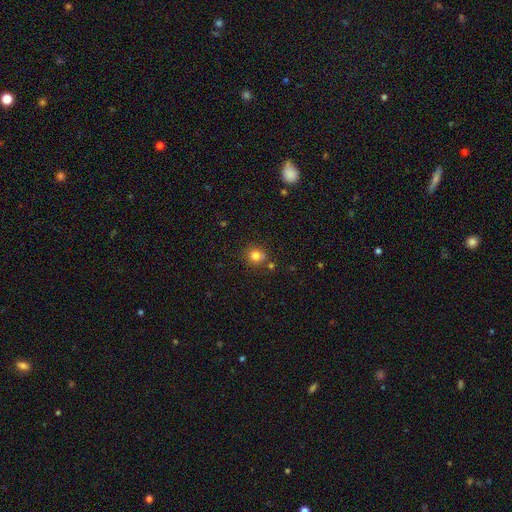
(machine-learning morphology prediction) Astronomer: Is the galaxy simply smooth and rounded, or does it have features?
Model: smooth — 80%.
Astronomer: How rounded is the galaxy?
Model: round — 86%.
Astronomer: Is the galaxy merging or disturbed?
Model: none — 74%.